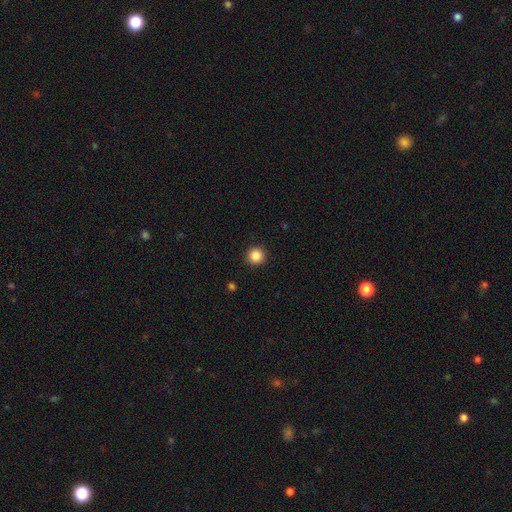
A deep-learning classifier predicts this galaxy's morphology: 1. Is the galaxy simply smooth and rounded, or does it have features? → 87% smooth, 10% star or artifact, 3% featured or disk.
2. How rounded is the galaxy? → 96% round, 3% in between, 1% cigar-shaped.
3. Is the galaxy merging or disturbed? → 93% none, 5% minor disturbance, 2% major disturbance, 1% merger.